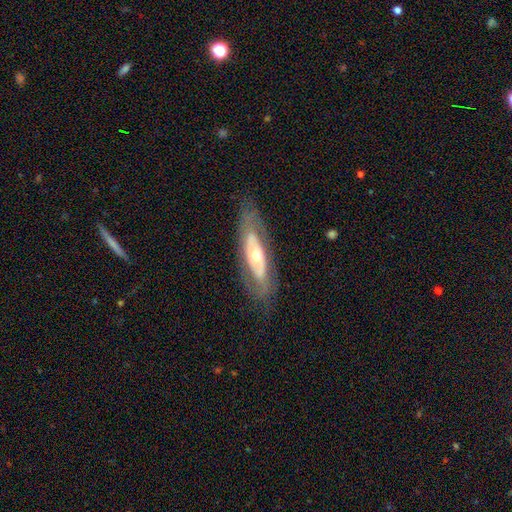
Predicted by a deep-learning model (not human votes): Smooth or featured: featured or disk — 69% (smooth — 25%)
Edge-on disk: no — 77% (yes — 23%)
Bar: no — 79% (weak — 14%)
Spiral arms: no — 59% (yes — 41%)
Bulge size: moderate — 60% (small — 30%)
Merging: none — 77% (minor disturbance — 14%)